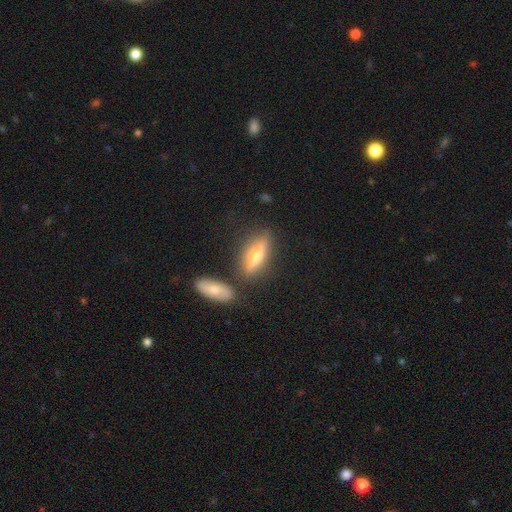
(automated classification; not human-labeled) Morphology: type=featured or disk (54%); edge-on=yes (86%); merging=none (73%).